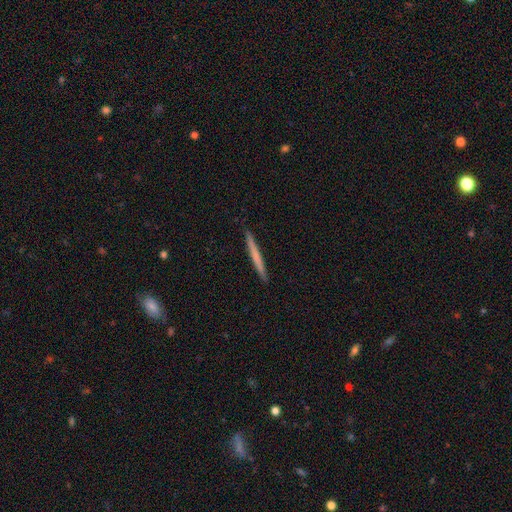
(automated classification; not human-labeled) smooth-or-featured: smooth: 58% | featured or disk: 37% | star or artifact: 5%
  how-rounded: cigar-shaped: 97% | in between: 2% | round: 1%
  merging: none: 92% | minor disturbance: 5% | major disturbance: 1% | merger: 1%